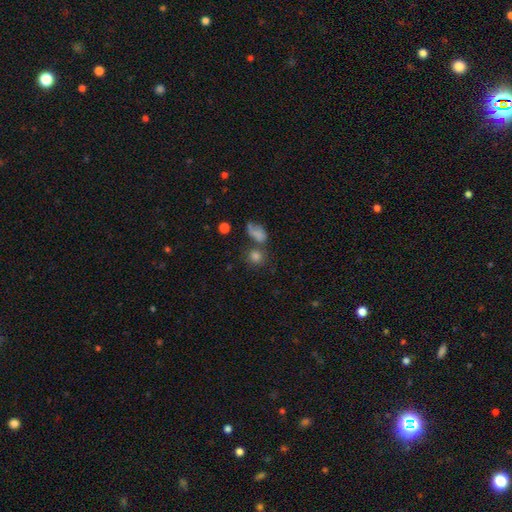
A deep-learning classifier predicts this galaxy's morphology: smooth 66%, star or artifact 20%, featured or disk 13%. Down the decision tree: how rounded — round (73%); merging — none (53%).